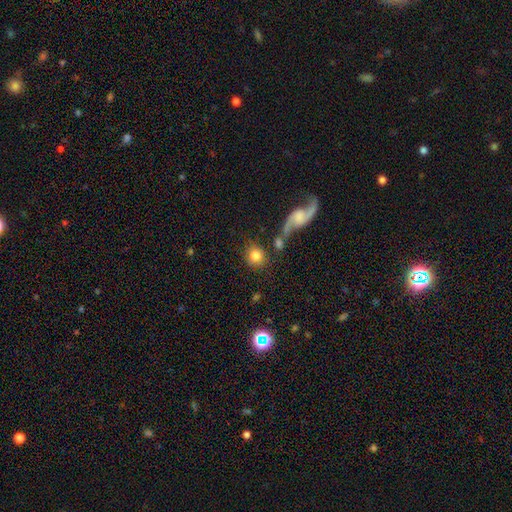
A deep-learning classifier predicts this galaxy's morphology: type=smooth (77%); roundness=round (84%); merging=none (74%).